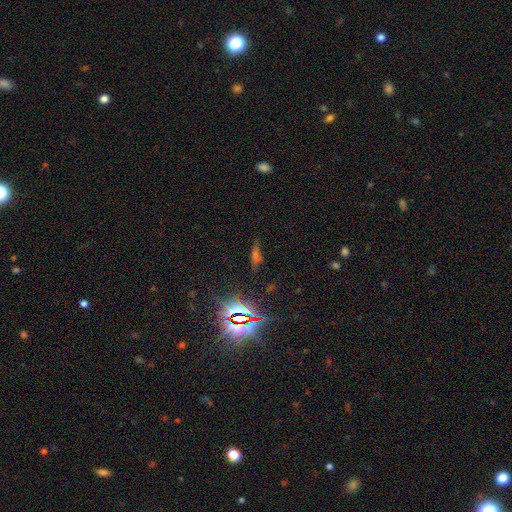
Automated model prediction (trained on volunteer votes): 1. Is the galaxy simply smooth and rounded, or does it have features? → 47% star or artifact, 27% featured or disk, 26% smooth.